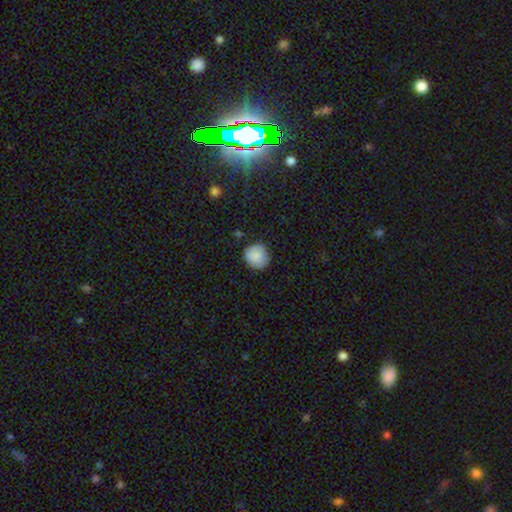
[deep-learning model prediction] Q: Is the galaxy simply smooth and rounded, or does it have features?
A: smooth — 86%.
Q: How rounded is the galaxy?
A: round — 89%.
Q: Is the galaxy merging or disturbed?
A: none — 82%.